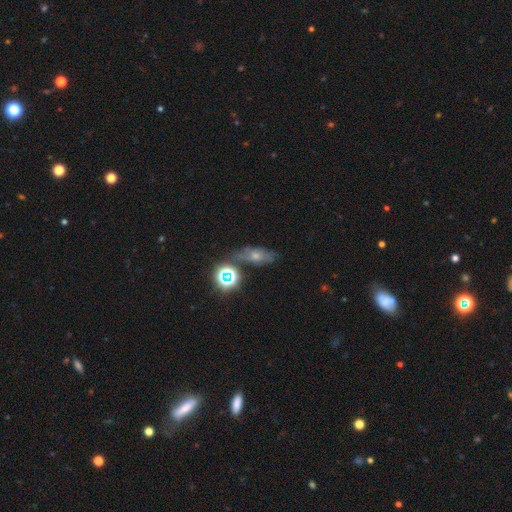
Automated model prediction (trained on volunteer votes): Smooth or featured: smooth — 47% (featured or disk — 29%)
Merging: none — 56% (minor disturbance — 23%)